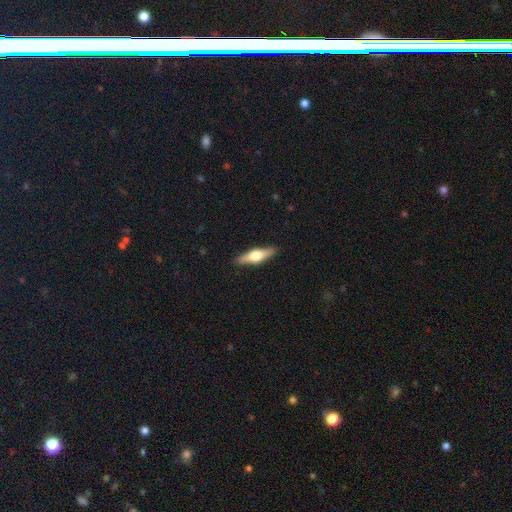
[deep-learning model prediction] Smooth or featured? Predicted: featured or disk (p=0.56). Edge-on disk? Predicted: yes (p=0.95). Edge-on bulge? Predicted: rounded (p=0.94). Merging? Predicted: none (p=0.90).